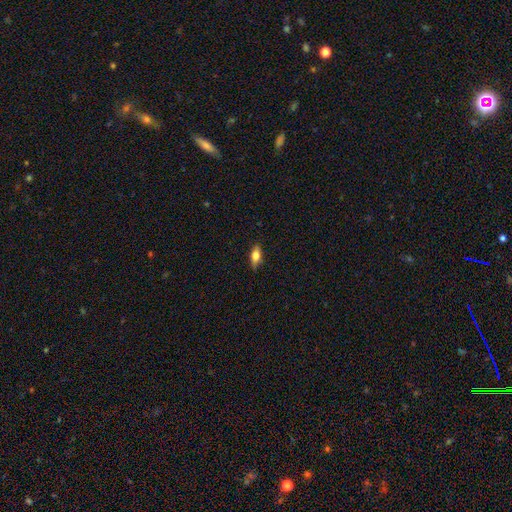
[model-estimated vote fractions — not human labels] Smooth or featured: smooth — 64% (featured or disk — 28%)
How rounded: in between — 75% (cigar-shaped — 20%)
Merging: none — 83% (minor disturbance — 13%)